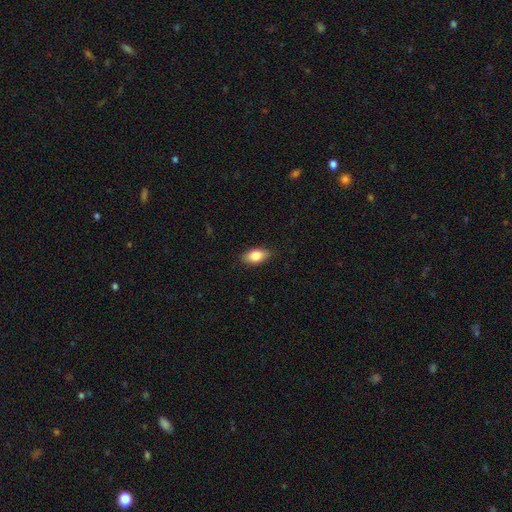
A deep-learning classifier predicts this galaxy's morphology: smooth_or_featured: smooth (p=0.83) [alt: featured or disk p=0.10]
how_rounded: in between (p=0.90) [alt: round p=0.06]
merging: none (p=0.86) [alt: minor disturbance p=0.11]